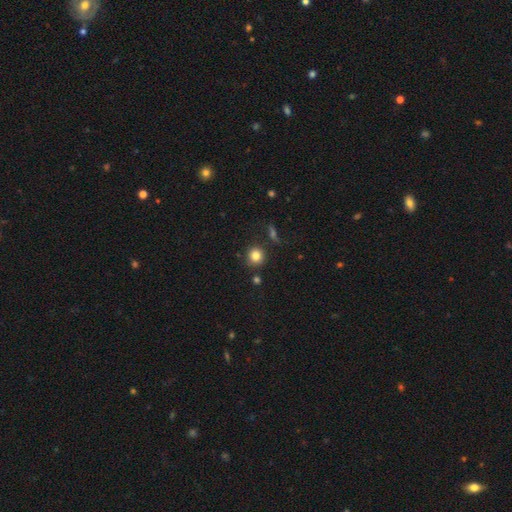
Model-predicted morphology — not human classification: A smooth galaxy with no disk features (82%) that is round (91%). Merging: none (83%).